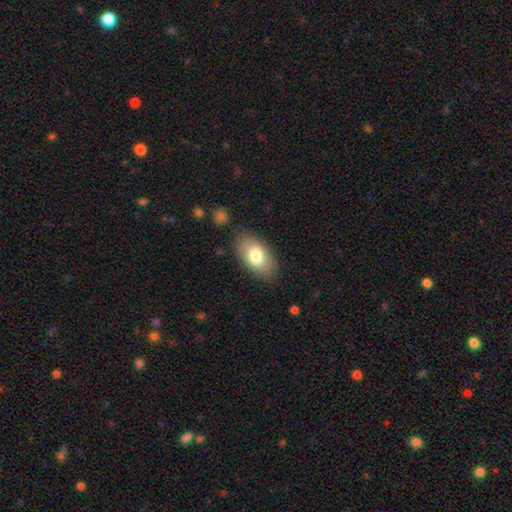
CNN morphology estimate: Smooth or featured: smooth — 76% (featured or disk — 17%)
How rounded: in between — 92% (round — 6%)
Merging: none — 81% (minor disturbance — 13%)